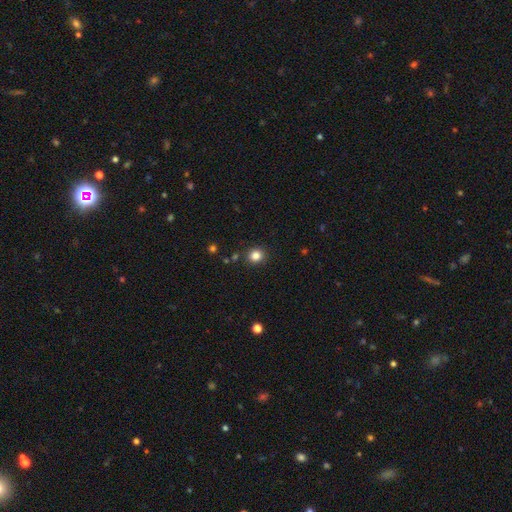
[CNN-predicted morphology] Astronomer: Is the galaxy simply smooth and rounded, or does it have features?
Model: smooth — 83%.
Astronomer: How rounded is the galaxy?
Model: round — 87%.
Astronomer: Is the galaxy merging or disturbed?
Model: none — 89%.